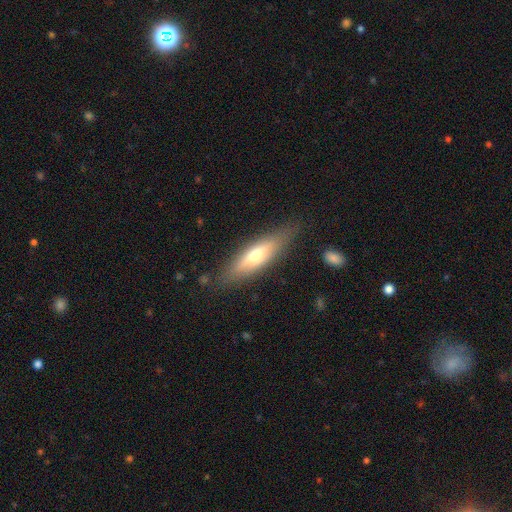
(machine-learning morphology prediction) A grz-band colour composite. It shows a smooth galaxy with no disk features (52%) that is cigar-shaped (67%). Merging: none (79%).